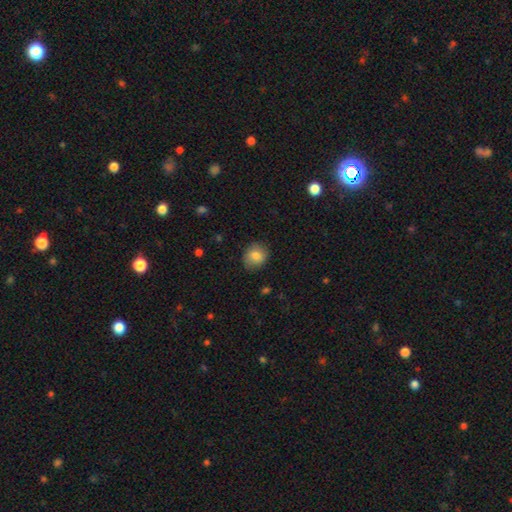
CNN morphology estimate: Smooth or featured? Predicted: smooth (p=0.82). How rounded? Predicted: round (p=0.74). Merging? Predicted: none (p=0.84).